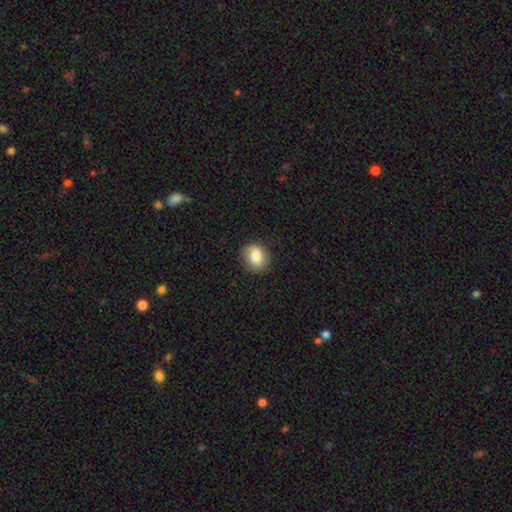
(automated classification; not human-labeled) A smooth galaxy with no disk features (81%) that is round (67%).

Vote fractions:
- Smooth or featured? smooth: 81% / featured or disk: 11% / star or artifact: 8%
- How rounded? round: 67% / in between: 32% / cigar-shaped: 1%
- Merging? none: 84% / minor disturbance: 12% / major disturbance: 3% / merger: 1%